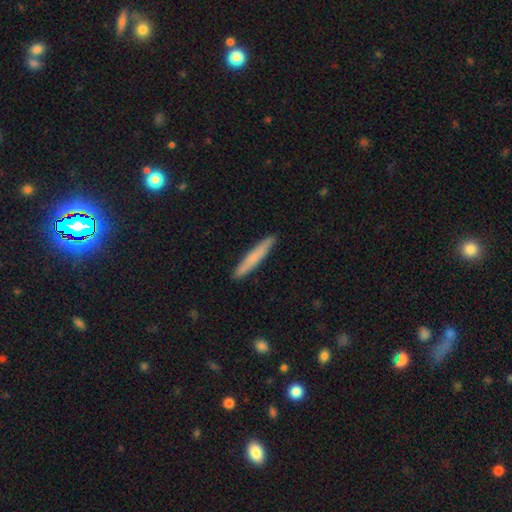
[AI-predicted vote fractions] Smooth or featured: smooth — 72% (featured or disk — 23%)
How rounded: cigar-shaped — 95% (in between — 3%)
Merging: none — 91% (minor disturbance — 7%)